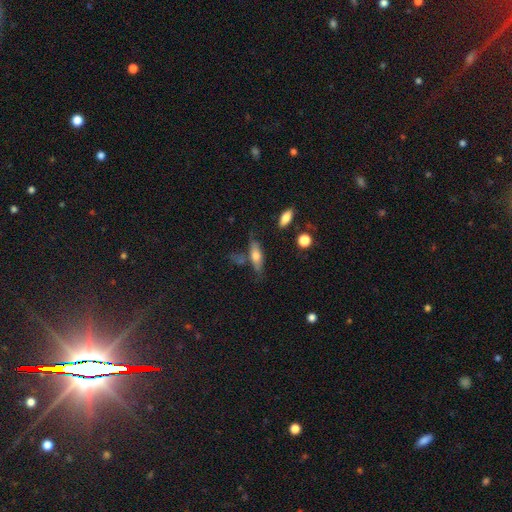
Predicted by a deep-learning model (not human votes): This appears to be a smooth galaxy with no disk features (60%) that is in between round and cigar-shaped (50%). Merging: none (58%).